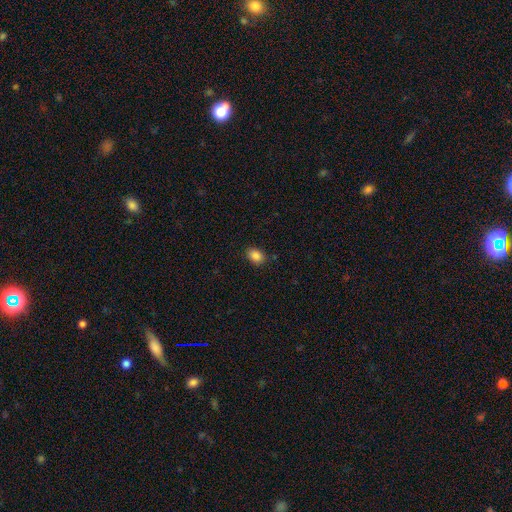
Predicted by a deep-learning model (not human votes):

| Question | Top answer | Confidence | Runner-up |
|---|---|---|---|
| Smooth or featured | smooth | 87% | star or artifact (9%) |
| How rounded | in between | 76% | round (23%) |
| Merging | none | 85% | minor disturbance (11%) |